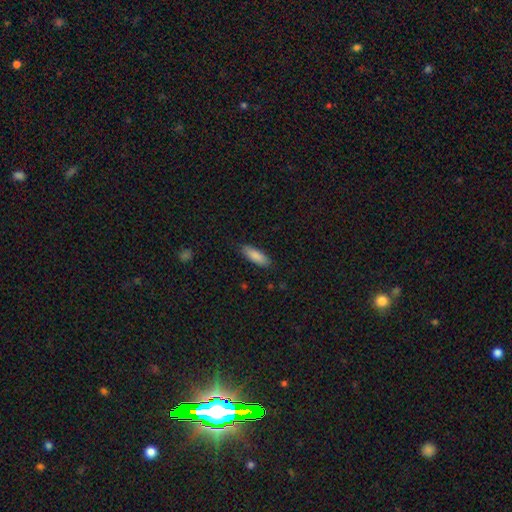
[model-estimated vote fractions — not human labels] A smooth galaxy with no disk features (88%) that is in between round and cigar-shaped (60%). Merging: none (86%).